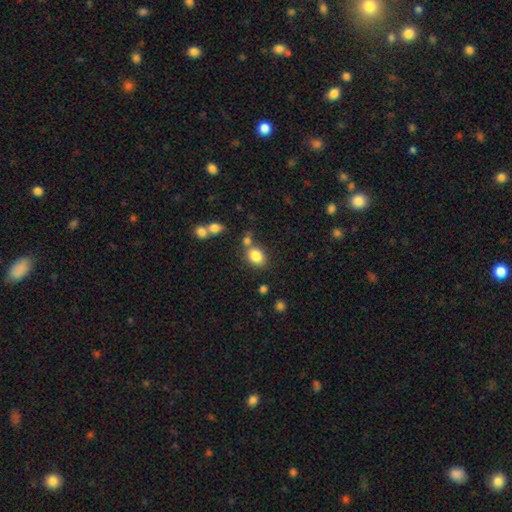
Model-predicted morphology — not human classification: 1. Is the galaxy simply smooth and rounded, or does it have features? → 84% smooth, 10% star or artifact, 7% featured or disk.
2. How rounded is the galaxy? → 56% in between, 43% round, 1% cigar-shaped.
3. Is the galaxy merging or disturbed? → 64% none, 18% merger, 13% minor disturbance, 5% major disturbance.